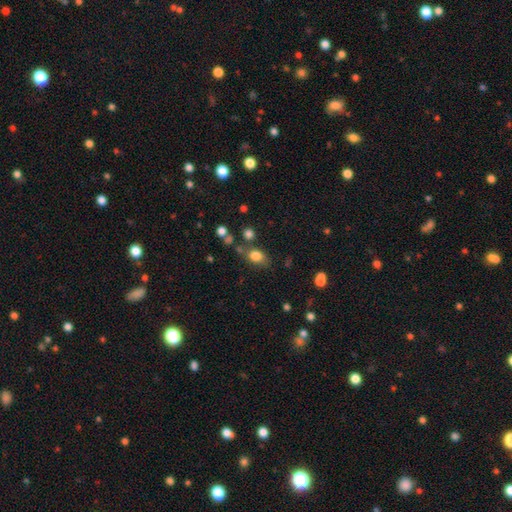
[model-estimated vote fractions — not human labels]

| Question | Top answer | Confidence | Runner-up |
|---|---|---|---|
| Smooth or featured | smooth | 81% | star or artifact (11%) |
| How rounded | in between | 67% | round (31%) |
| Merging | none | 64% | minor disturbance (18%) |